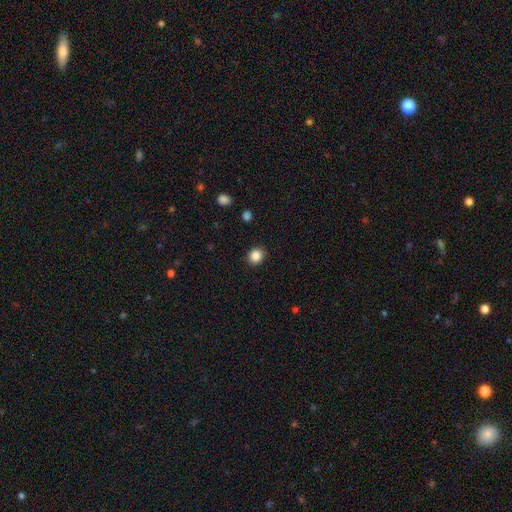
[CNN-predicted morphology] Smooth or featured: smooth — 86% (star or artifact — 10%)
How rounded: round — 83% (in between — 16%)
Merging: none — 90% (minor disturbance — 7%)